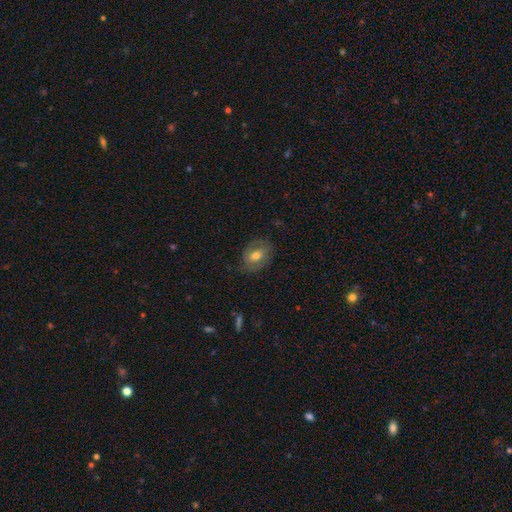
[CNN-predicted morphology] Smooth or featured: featured or disk — 48% (smooth — 44%)
Merging: none — 71% (minor disturbance — 20%)